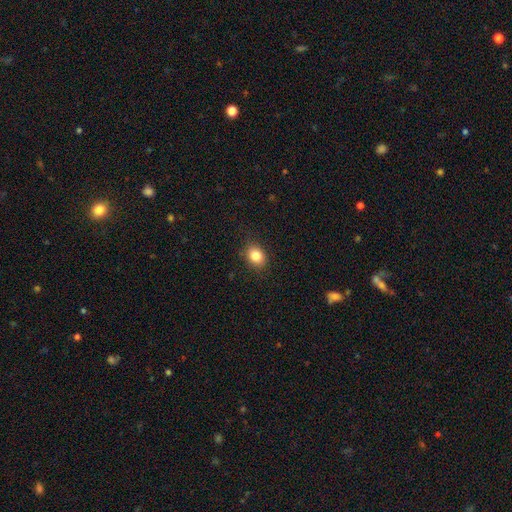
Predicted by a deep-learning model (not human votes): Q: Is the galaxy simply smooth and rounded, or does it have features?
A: smooth — 84%.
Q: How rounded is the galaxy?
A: in between — 54%.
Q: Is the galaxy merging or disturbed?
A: none — 86%.